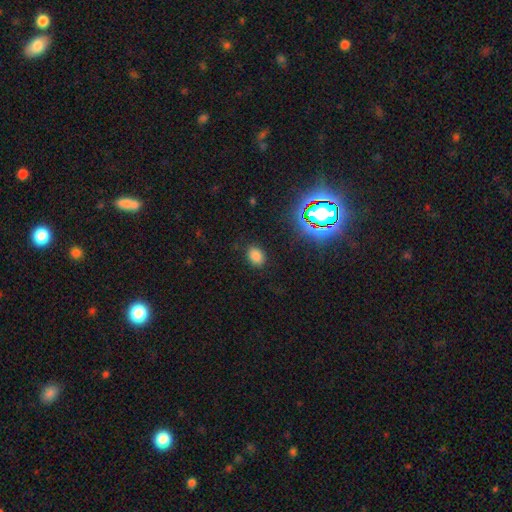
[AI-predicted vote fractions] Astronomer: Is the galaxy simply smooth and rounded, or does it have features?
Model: smooth — 77%.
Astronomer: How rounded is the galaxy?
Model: in between — 72%.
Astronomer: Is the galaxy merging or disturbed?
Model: none — 85%.